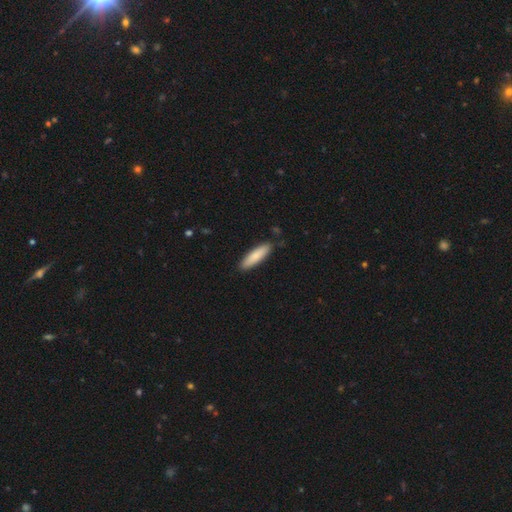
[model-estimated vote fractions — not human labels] A smooth galaxy with no disk features (83%) that is cigar-shaped (68%). Merging: none (87%).